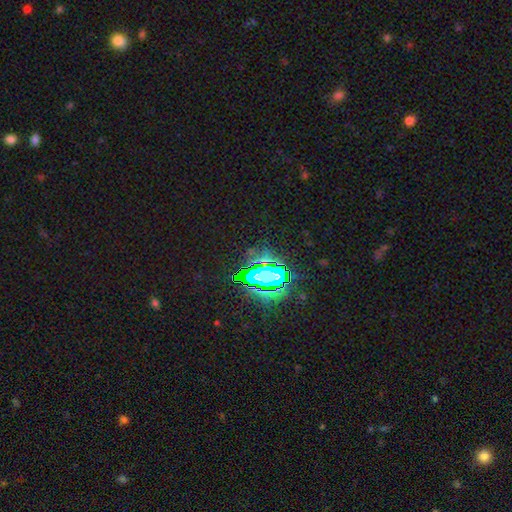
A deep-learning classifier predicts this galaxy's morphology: Smooth or featured: star or artifact — 77% (smooth — 15%)